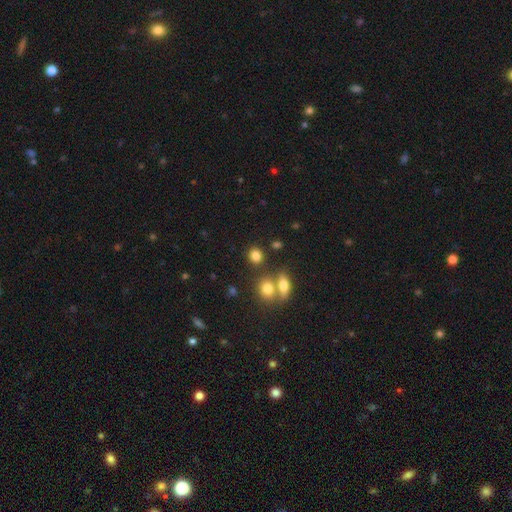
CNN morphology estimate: Q: Smooth or featured?
A: smooth (81%); runner-up: star or artifact (12%)
Q: How rounded?
A: round (72%); runner-up: in between (26%)
Q: Merging?
A: none (70%); runner-up: merger (17%)